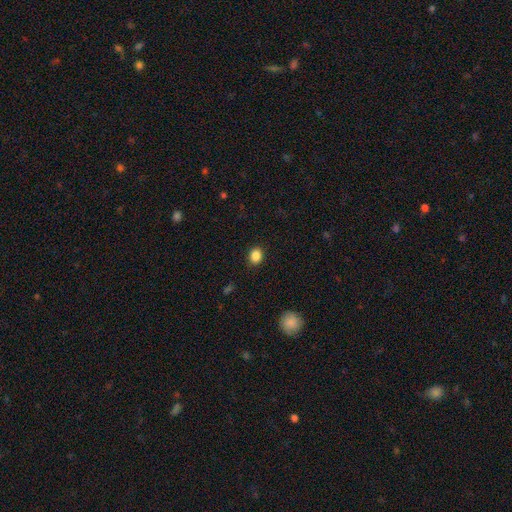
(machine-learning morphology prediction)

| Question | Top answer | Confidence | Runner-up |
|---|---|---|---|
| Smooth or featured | smooth | 86% | star or artifact (10%) |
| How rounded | round | 61% | in between (38%) |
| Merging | none | 90% | minor disturbance (7%) |